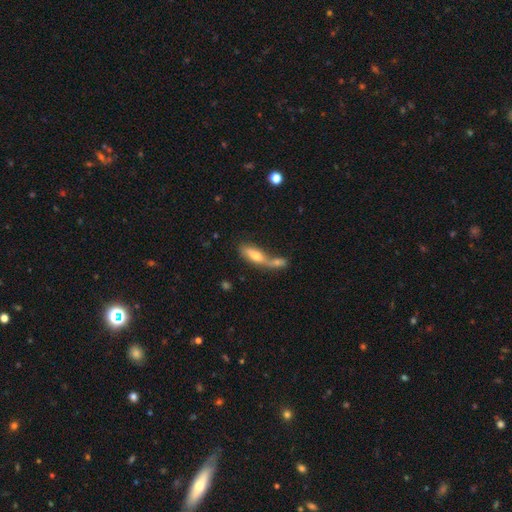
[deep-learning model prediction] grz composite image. It shows a smooth galaxy with no disk features (63%) that is in between round and cigar-shaped (60%). Merging: merger (62%).